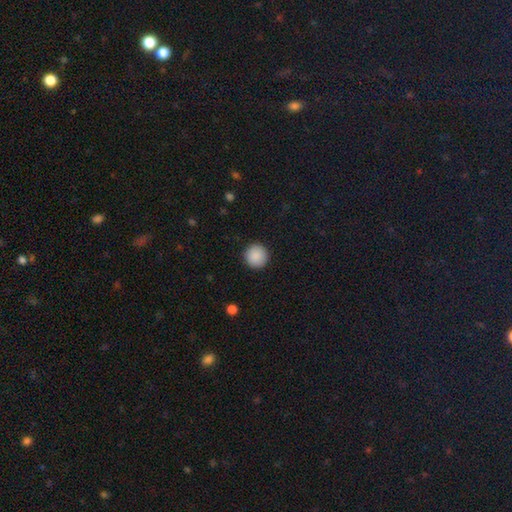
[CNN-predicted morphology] smooth_or_featured: smooth (p=0.90) [alt: star or artifact p=0.08]
how_rounded: round (p=0.96) [alt: in between p=0.03]
merging: none (p=0.93) [alt: minor disturbance p=0.05]